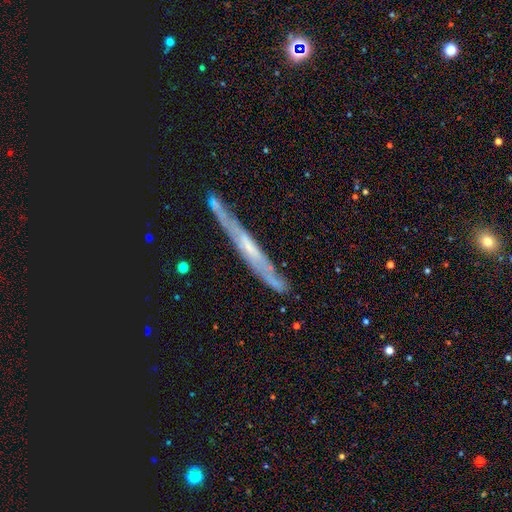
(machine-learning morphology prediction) Smooth or featured?
  - featured or disk: 64% *
  - smooth: 19%
  - star or artifact: 17%
Edge-on disk?
  - yes: 83% *
  - no: 17%
Edge-on bulge?
  - none: 57% *
  - rounded: 32%
  - boxy: 11%
Merging?
  - none: 77% *
  - minor disturbance: 16%
  - major disturbance: 4%
  - merger: 3%